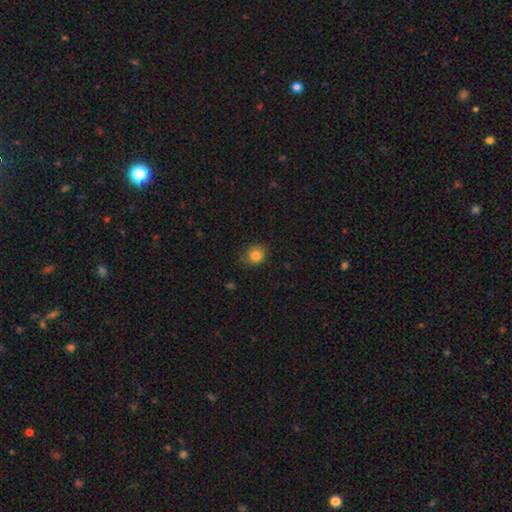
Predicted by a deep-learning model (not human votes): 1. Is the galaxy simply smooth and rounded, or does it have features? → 83% smooth, 11% star or artifact, 7% featured or disk.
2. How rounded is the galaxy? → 70% round, 29% in between, 1% cigar-shaped.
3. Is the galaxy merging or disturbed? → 79% none, 16% minor disturbance, 3% major disturbance, 1% merger.